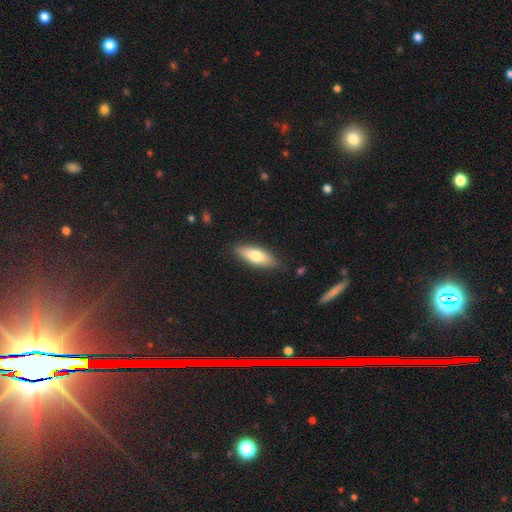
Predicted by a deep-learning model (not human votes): Smooth or featured: smooth — 70% (featured or disk — 24%)
How rounded: in between — 61% (cigar-shaped — 37%)
Merging: none — 85% (minor disturbance — 11%)